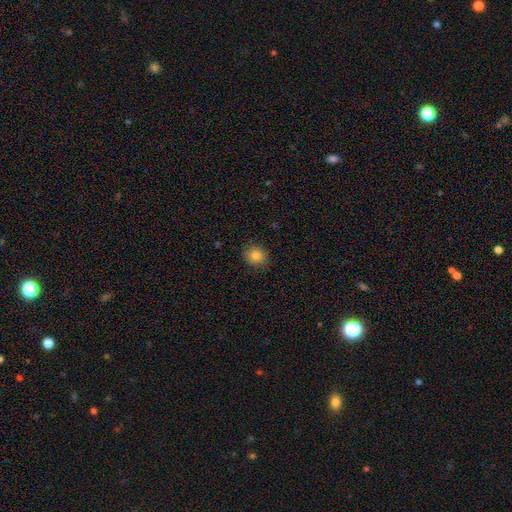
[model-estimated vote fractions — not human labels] Smooth or featured?
  - smooth: 80% *
  - star or artifact: 11%
  - featured or disk: 9%
How rounded?
  - round: 73% *
  - in between: 26%
  - cigar-shaped: 1%
Merging?
  - none: 85% *
  - minor disturbance: 11%
  - major disturbance: 2%
  - merger: 1%